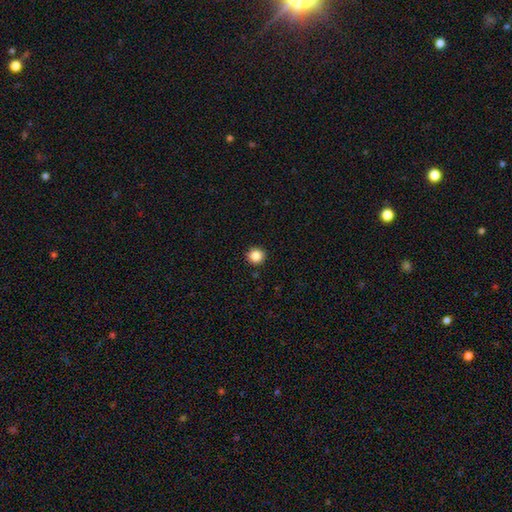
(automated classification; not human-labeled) Morphology: type=smooth (86%); roundness=round (95%); merging=none (93%).